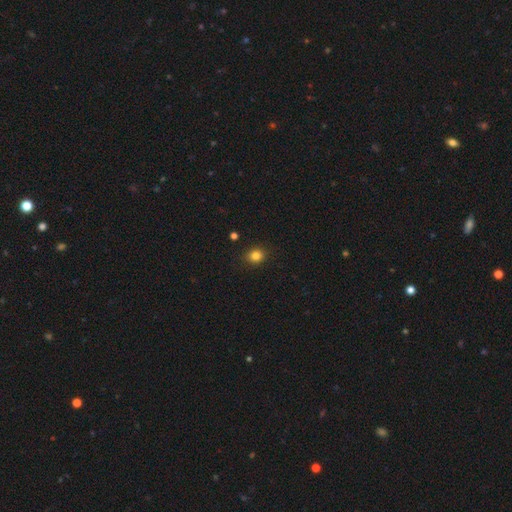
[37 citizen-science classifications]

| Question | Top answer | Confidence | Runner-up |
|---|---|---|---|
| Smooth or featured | smooth | 84% | featured or disk (8%) |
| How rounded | round | 74% | in between (23%) |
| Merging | none | 91% | minor disturbance (6%) |